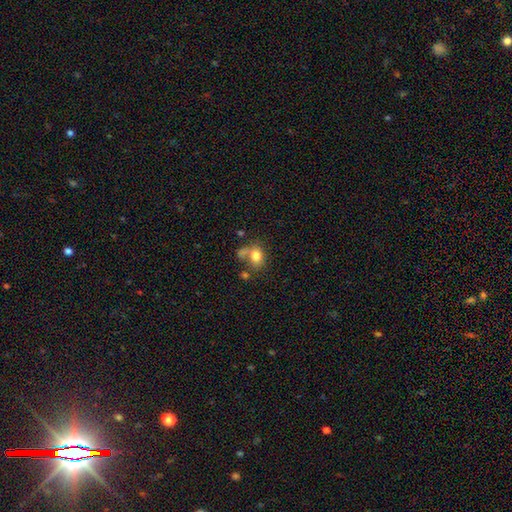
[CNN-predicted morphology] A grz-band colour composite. It shows a smooth galaxy with no disk features (77%) that is in between round and cigar-shaped (56%). Merging: none (39%).